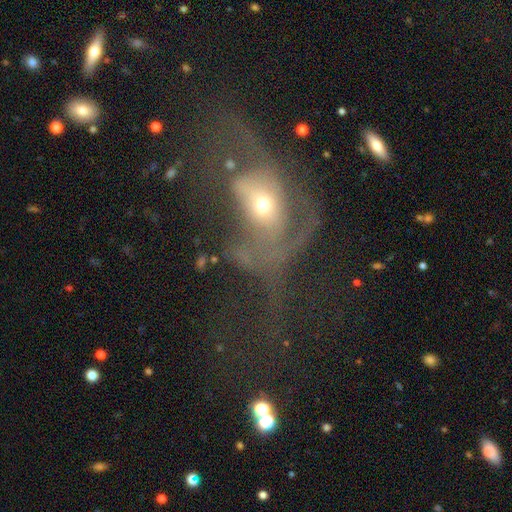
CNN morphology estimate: featured or disk 55%, smooth 29%, star or artifact 16%. Down the decision tree: edge-on disk — no (93%); bar — no (78%); spiral arms — no (64%); bulge size — moderate (48%); merging — major disturbance (61%).